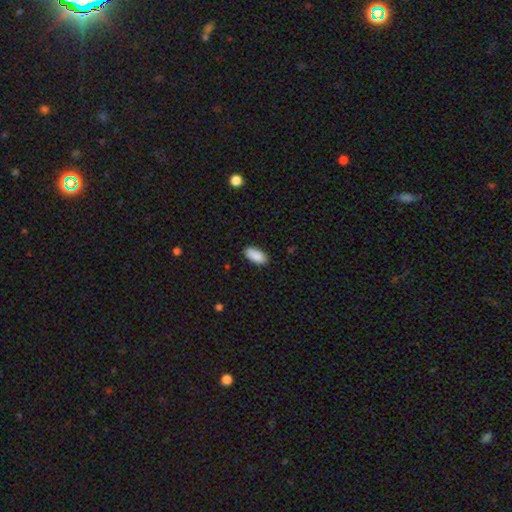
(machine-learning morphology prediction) The model was most divided on "merging": none: 88%, minor disturbance: 9%, major disturbance: 2%, merger: 1%. More confident: how rounded — in between (92%); smooth or featured — smooth (90%).